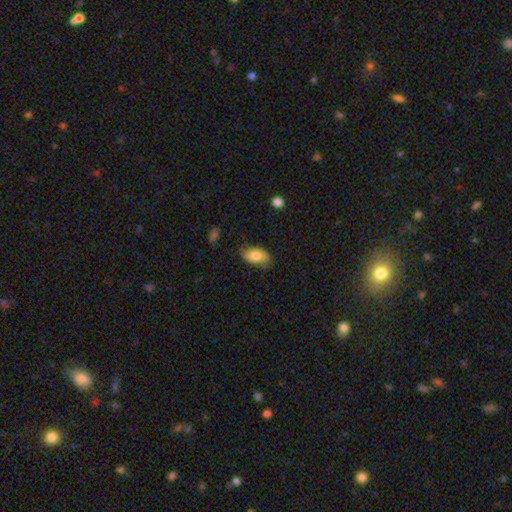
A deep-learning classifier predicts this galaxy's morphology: smooth 78%, featured or disk 15%, star or artifact 7%. Down the decision tree: how rounded — in between (92%); merging — none (69%).